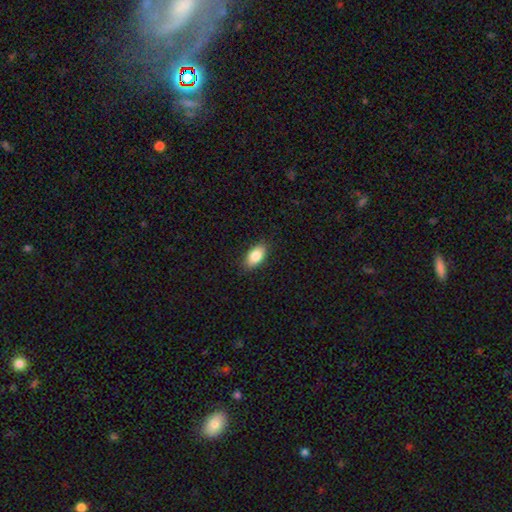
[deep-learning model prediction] smooth_or_featured: smooth (p=0.85) [alt: featured or disk p=0.08]
how_rounded: in between (p=0.92) [alt: round p=0.04]
merging: none (p=0.87) [alt: minor disturbance p=0.10]